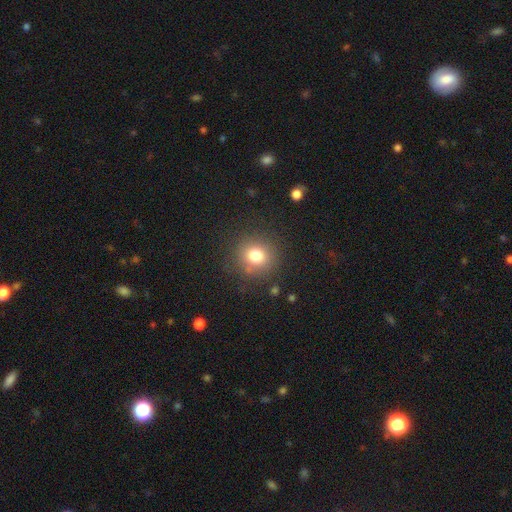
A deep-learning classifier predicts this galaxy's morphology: A smooth galaxy with no disk features (77%) that is round (89%). Merging: none (85%).